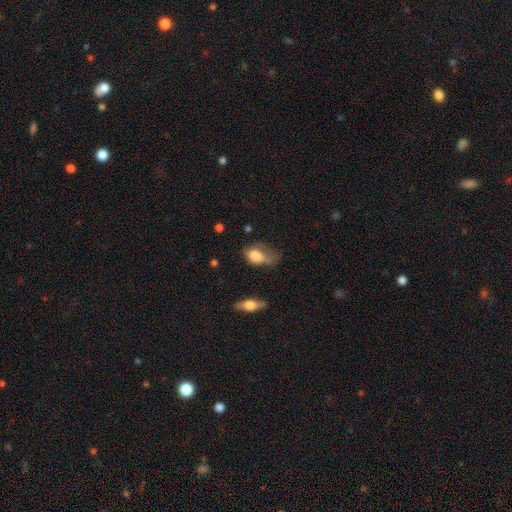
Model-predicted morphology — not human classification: The model was most divided on "merging": major disturbance: 40%, minor disturbance: 31%, none: 24%, merger: 5%. More confident: how rounded — in between (83%); smooth or featured — smooth (73%).